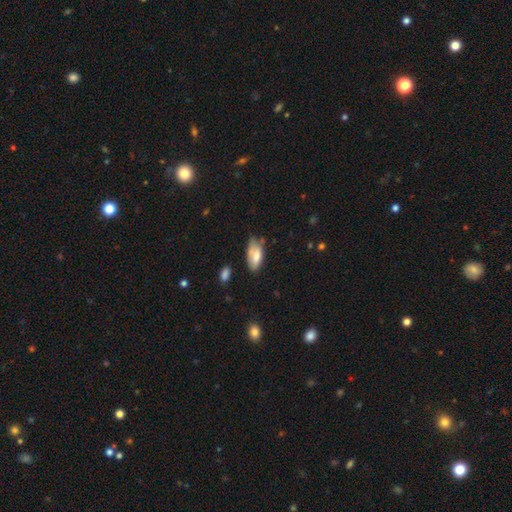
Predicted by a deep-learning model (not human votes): This is likely a smooth galaxy (74%). How rounded: clearly in between (88%). Merging: possibly none (50%).